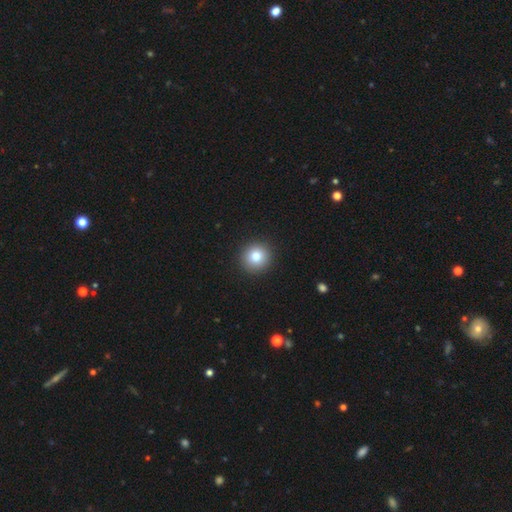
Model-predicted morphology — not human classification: type=smooth (81%); roundness=round (93%); merging=none (92%).